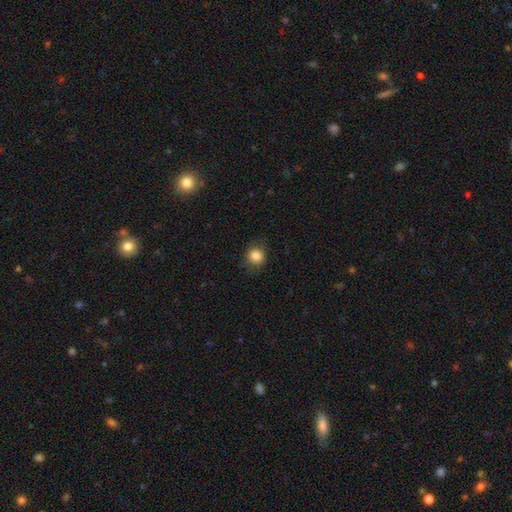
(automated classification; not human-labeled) Smooth or featured? Predicted: smooth (p=0.85). How rounded? Predicted: round (p=0.83). Merging? Predicted: none (p=0.81).